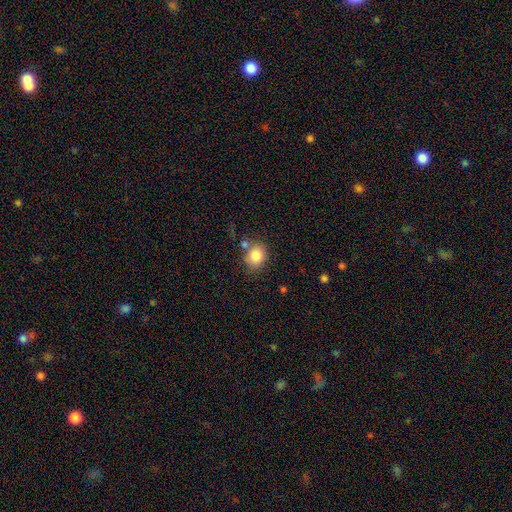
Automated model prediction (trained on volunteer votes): Overall: smooth (84%). How rounded: round (59%; in between 40%). Merging: none (68%).